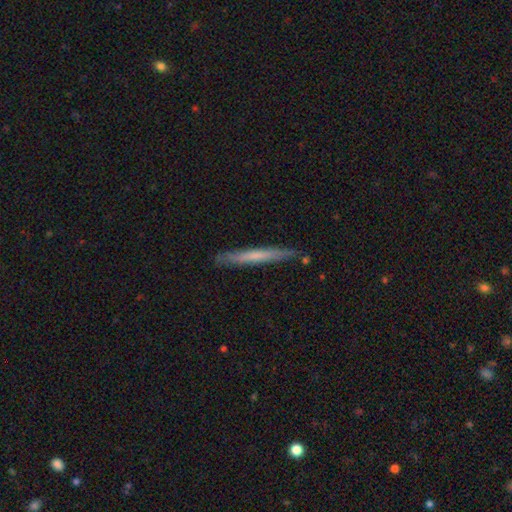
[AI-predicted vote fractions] A smooth galaxy with no disk features (55%) that is cigar-shaped (97%). Merging: none (87%).